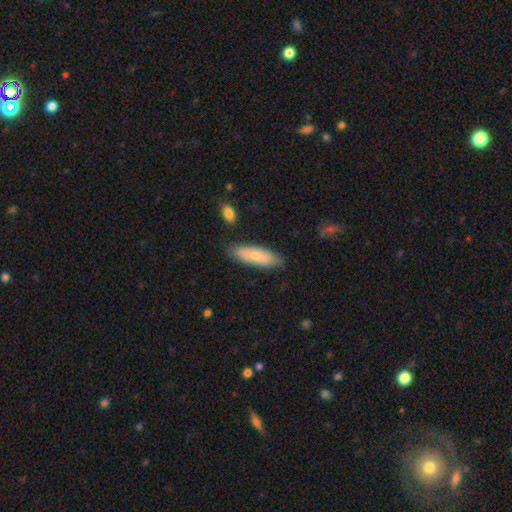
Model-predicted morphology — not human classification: Smooth or featured?
  - smooth: 70% *
  - featured or disk: 24%
  - star or artifact: 6%
How rounded?
  - in between: 51% *
  - cigar-shaped: 47%
  - round: 2%
Merging?
  - none: 82% *
  - minor disturbance: 13%
  - major disturbance: 2%
  - merger: 2%